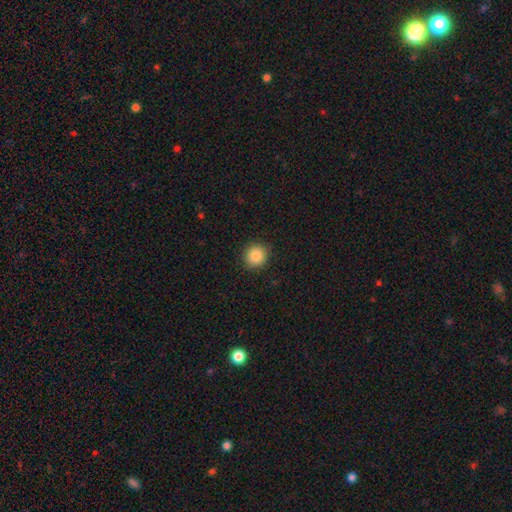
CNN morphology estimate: A smooth galaxy with no disk features (87%) that is round (89%). Merging: none (90%).